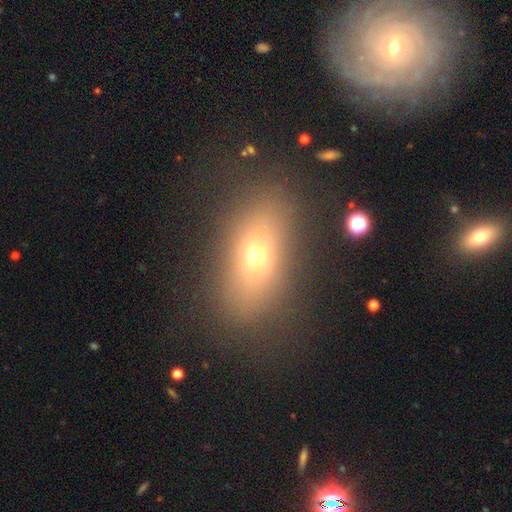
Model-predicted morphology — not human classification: Smooth or featured? Predicted: smooth (p=0.64). How rounded? Predicted: in between (p=0.76). Merging? Predicted: none (p=0.78).